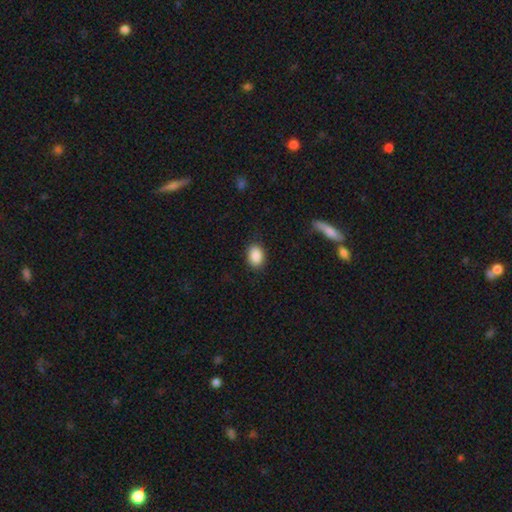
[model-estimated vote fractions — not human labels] The model was most divided on "how rounded": in between: 78%, round: 20%, cigar-shaped: 1%. More confident: smooth or featured — smooth (89%); merging — none (87%).